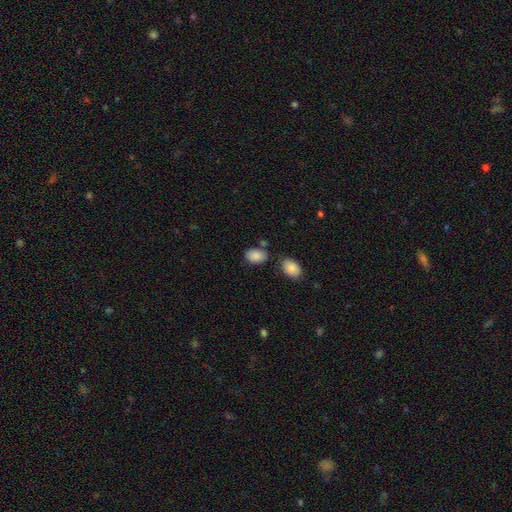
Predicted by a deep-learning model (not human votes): A smooth galaxy with no disk features (87%) that is in between round and cigar-shaped (88%).

Vote fractions:
- Smooth or featured? smooth: 87% / star or artifact: 8% / featured or disk: 5%
- How rounded? in between: 88% / round: 11% / cigar-shaped: 1%
- Merging? none: 70% / minor disturbance: 15% / merger: 11% / major disturbance: 4%